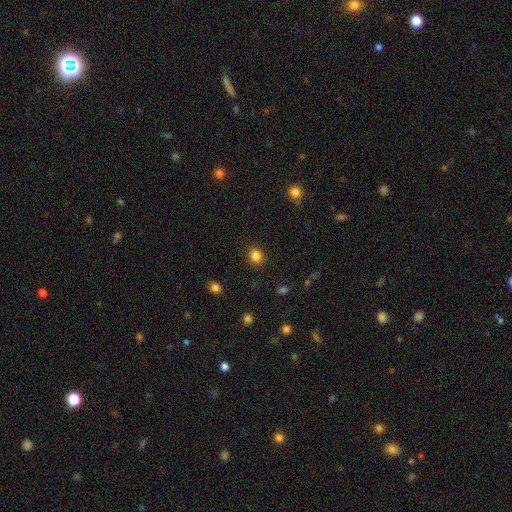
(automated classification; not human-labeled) smooth 84%, star or artifact 12%, featured or disk 4%. Down the decision tree: how rounded — round (82%); merging — none (90%).